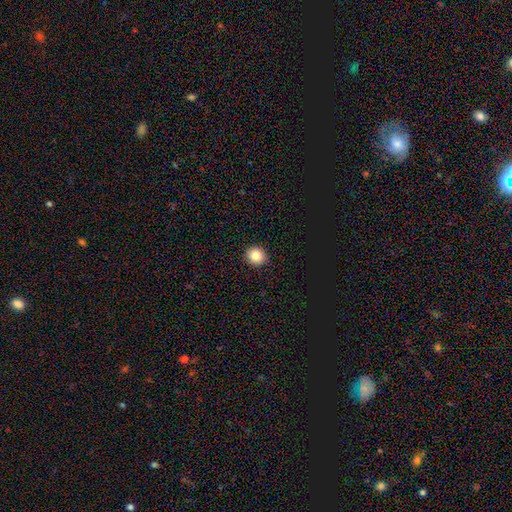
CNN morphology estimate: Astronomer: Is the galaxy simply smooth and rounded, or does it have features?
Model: smooth — 85%.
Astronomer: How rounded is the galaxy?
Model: round — 86%.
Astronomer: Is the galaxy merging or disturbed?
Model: none — 92%.